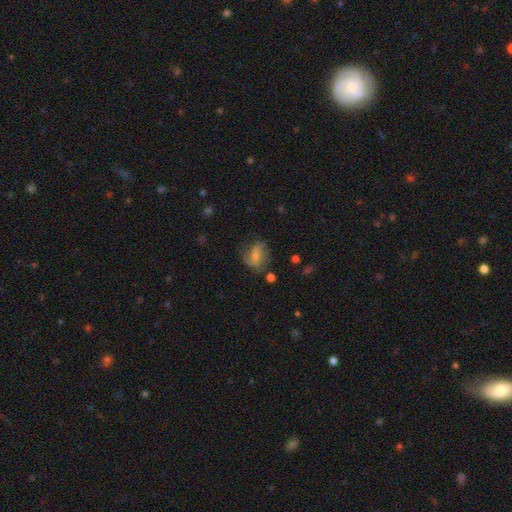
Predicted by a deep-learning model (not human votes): Smooth or featured?
  - smooth: 46% *
  - featured or disk: 44%
  - star or artifact: 10%
Merging?
  - none: 54% *
  - minor disturbance: 26%
  - major disturbance: 17%
  - merger: 3%